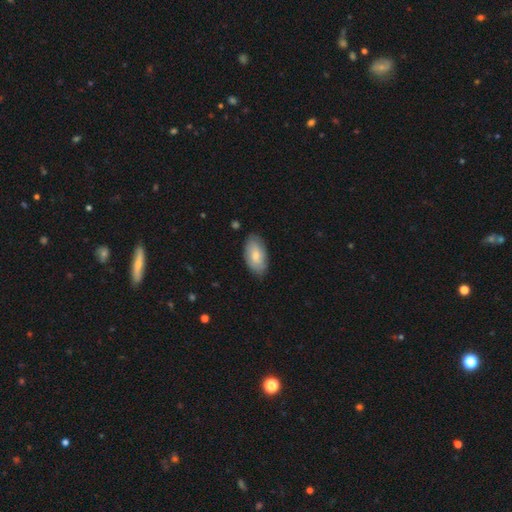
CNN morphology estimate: Smooth or featured?
  - smooth: 73% *
  - featured or disk: 21%
  - star or artifact: 6%
How rounded?
  - in between: 94% *
  - cigar-shaped: 3%
  - round: 3%
Merging?
  - none: 80% *
  - minor disturbance: 16%
  - major disturbance: 3%
  - merger: 1%